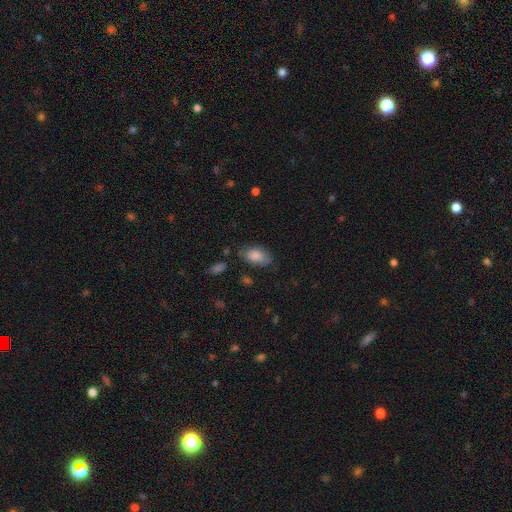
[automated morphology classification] smooth 84%, featured or disk 9%, star or artifact 7%. Down the decision tree: how rounded — in between (92%); merging — none (68%).